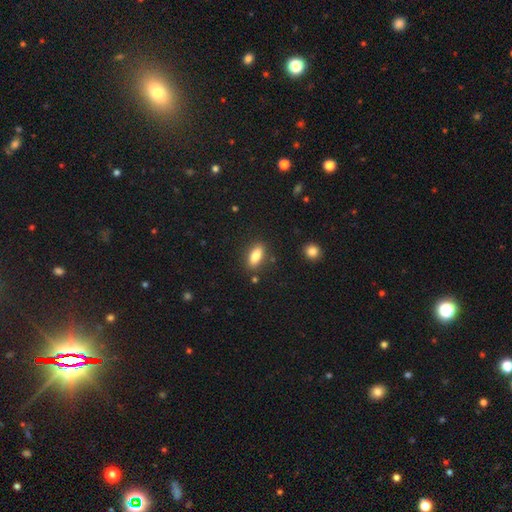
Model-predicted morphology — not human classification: A smooth galaxy with no disk features (82%) that is in between round and cigar-shaped (76%).

Vote fractions:
- Smooth or featured? smooth: 82% / featured or disk: 10% / star or artifact: 8%
- How rounded? in between: 76% / cigar-shaped: 20% / round: 3%
- Merging? none: 86% / minor disturbance: 9% / merger: 3% / major disturbance: 2%